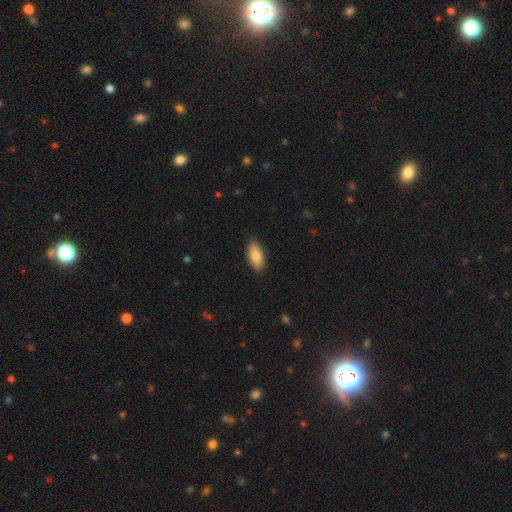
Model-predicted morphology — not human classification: smooth-or-featured: smooth: 86% | featured or disk: 8% | star or artifact: 6%
  how-rounded: in between: 90% | cigar-shaped: 8% | round: 2%
  merging: none: 88% | minor disturbance: 9% | major disturbance: 2% | merger: 1%